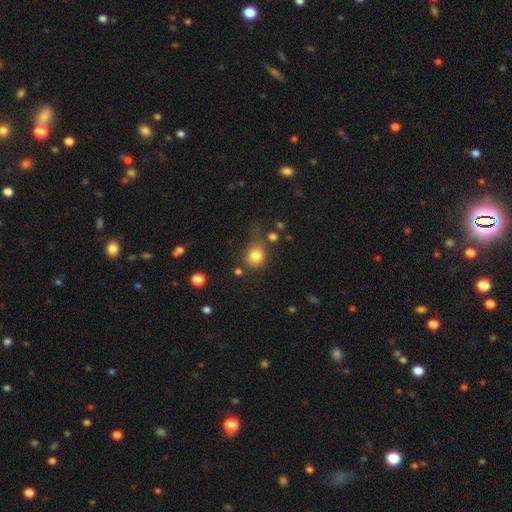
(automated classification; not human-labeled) Smooth or featured? Predicted: smooth (p=0.81). How rounded? Predicted: round (p=0.71). Merging? Predicted: none (p=0.51).